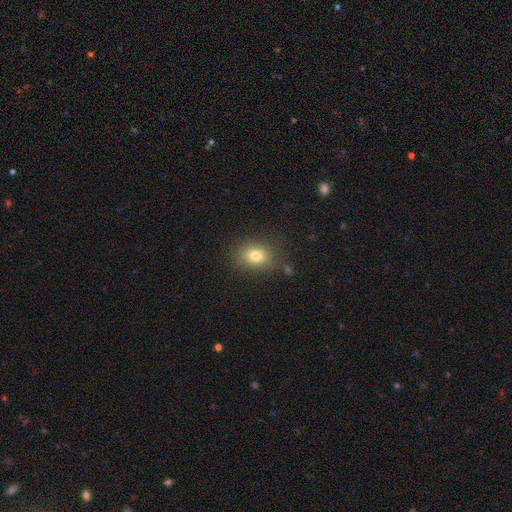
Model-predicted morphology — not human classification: Overall: smooth (78%). How rounded: in between (52%; round 47%). Merging: none (79%).